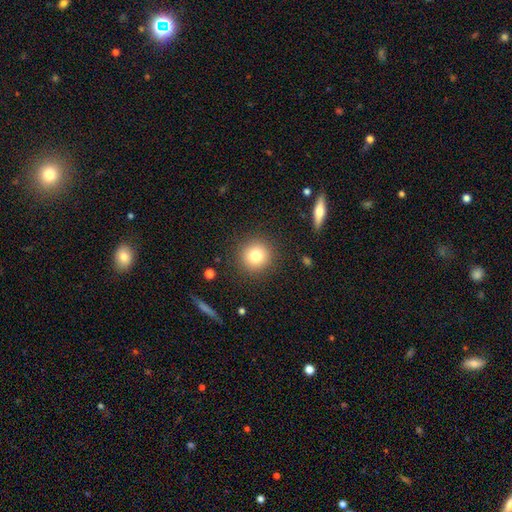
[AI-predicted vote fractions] Smooth or featured?
  - smooth: 79% *
  - star or artifact: 11%
  - featured or disk: 10%
How rounded?
  - round: 93% *
  - in between: 6%
  - cigar-shaped: 1%
Merging?
  - none: 89% *
  - minor disturbance: 7%
  - major disturbance: 3%
  - merger: 1%